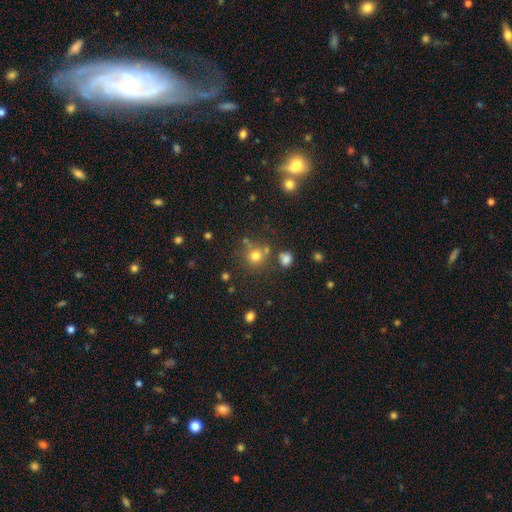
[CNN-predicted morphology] A smooth galaxy with no disk features (72%) that is round (90%).

Vote fractions:
- Smooth or featured? smooth: 72% / star or artifact: 19% / featured or disk: 9%
- How rounded? round: 90% / in between: 9% / cigar-shaped: 1%
- Merging? none: 71% / merger: 13% / minor disturbance: 11% / major disturbance: 5%